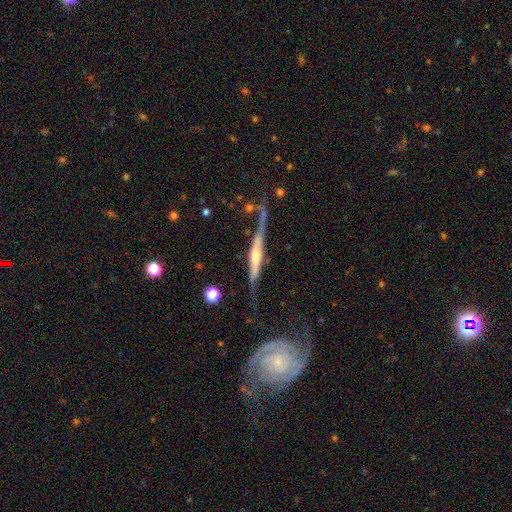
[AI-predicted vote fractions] smooth_or_featured: featured or disk (p=0.78) [alt: smooth p=0.16]
disk_edge_on: yes (p=0.83) [alt: no p=0.17]
edge_on_bulge: rounded (p=0.67) [alt: boxy p=0.16]
merging: none (p=0.46) [alt: minor disturbance p=0.25]